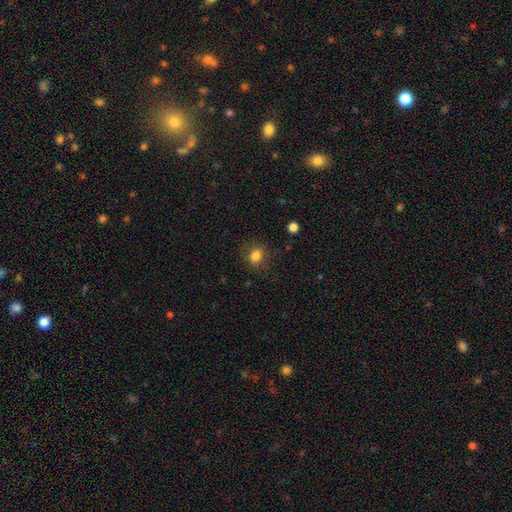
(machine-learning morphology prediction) type=smooth (83%); roundness=round (50%); merging=none (78%).